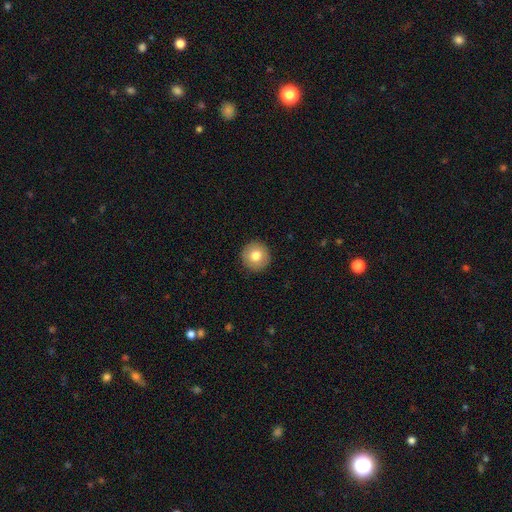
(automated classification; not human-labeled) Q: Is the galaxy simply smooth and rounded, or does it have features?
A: smooth — 78%.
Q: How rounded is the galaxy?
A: round — 96%.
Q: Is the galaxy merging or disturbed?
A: none — 93%.